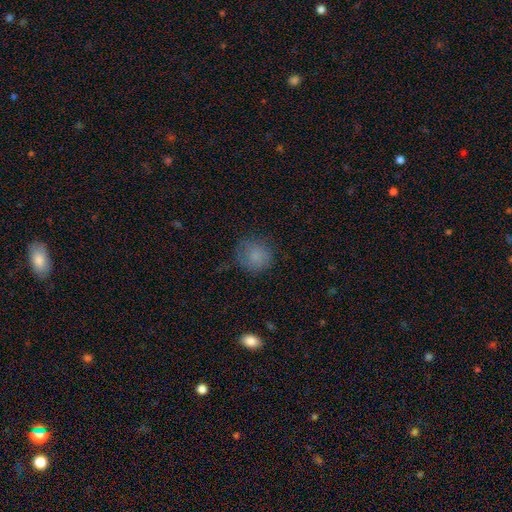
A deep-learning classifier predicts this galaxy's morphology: Smooth or featured? smooth (81%)
How rounded? round (87%)
Merging? none (71%)